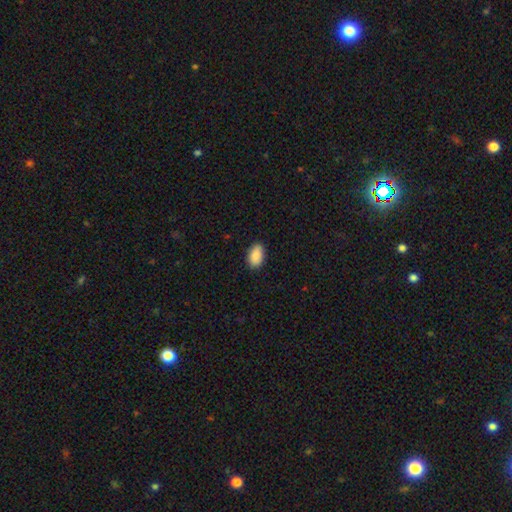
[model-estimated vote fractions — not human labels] Smooth or featured: smooth — 91% (star or artifact — 7%)
How rounded: in between — 93% (round — 5%)
Merging: none — 87% (minor disturbance — 10%)